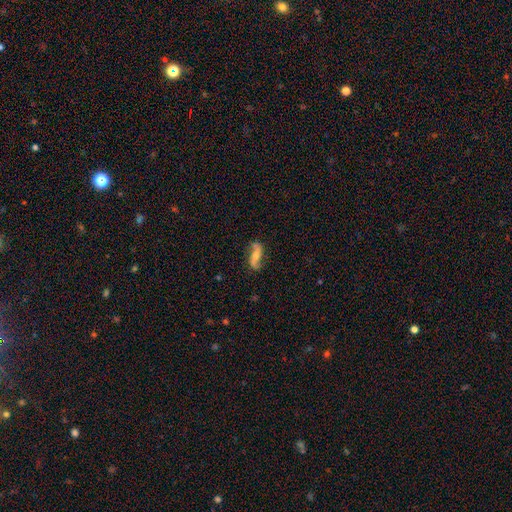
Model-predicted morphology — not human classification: type=featured or disk (80%); edge-on=no (94%); bar=no (51%); spiral arms=yes (95%); winding=loose (79%); arm count=2 (93%); bulge=moderate (47%); merging=none (79%).